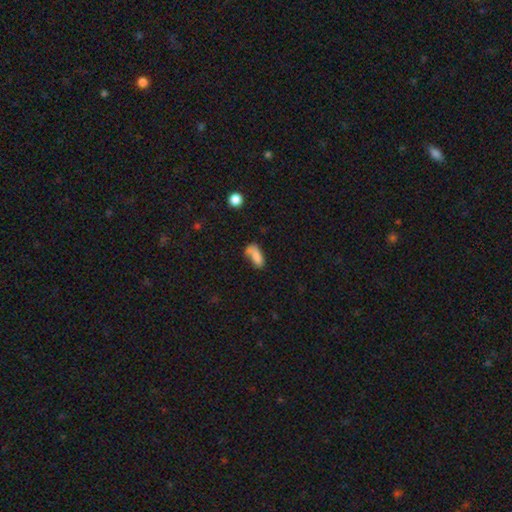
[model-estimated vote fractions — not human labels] Smooth or featured? smooth (77%)
How rounded? in between (81%)
Merging? none (37%)